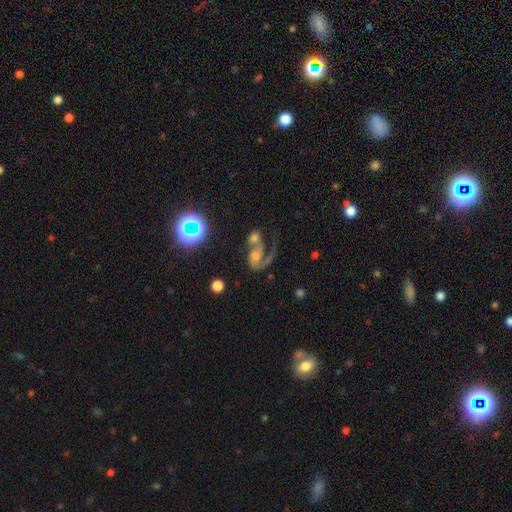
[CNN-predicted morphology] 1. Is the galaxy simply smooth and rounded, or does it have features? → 68% featured or disk, 19% smooth, 14% star or artifact.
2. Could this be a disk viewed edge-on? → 97% no, 3% yes.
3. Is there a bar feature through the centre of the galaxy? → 65% no, 26% weak, 9% strong.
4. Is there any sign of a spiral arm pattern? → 85% yes, 15% no.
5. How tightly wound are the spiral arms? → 51% loose, 35% medium, 14% tight.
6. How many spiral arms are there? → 60% 1, 32% 2, 4% can't tell, 2% 3, 1% 4, 1% more than 4.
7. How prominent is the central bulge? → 41% moderate, 26% small, 16% large, 13% none, 4% dominant.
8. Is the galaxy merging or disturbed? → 48% merger, 22% major disturbance, 20% none, 9% minor disturbance.